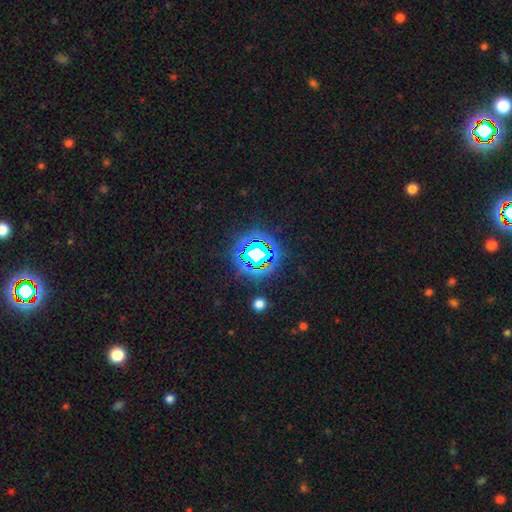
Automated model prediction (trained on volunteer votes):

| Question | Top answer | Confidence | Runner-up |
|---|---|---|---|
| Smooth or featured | star or artifact | 75% | smooth (14%) |